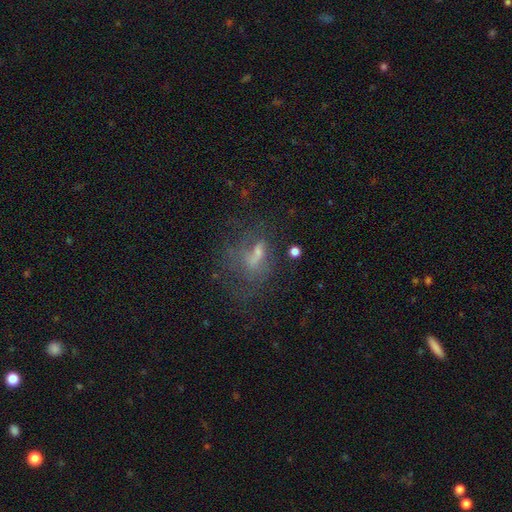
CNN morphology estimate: smooth-or-featured: featured or disk: 45% | smooth: 35% | star or artifact: 20%
  merging: none: 37% | major disturbance: 36% | minor disturbance: 18% | merger: 9%